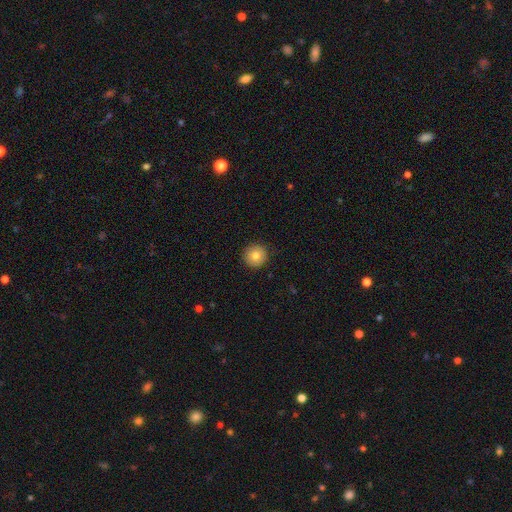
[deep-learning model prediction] smooth 80%, featured or disk 10%, star or artifact 9%. Down the decision tree: how rounded — round (95%); merging — none (91%).